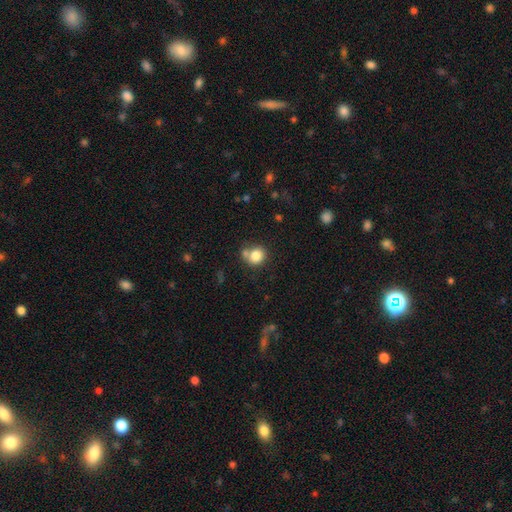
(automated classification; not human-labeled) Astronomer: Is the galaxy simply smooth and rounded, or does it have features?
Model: smooth — 82%.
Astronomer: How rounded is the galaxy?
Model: round — 82%.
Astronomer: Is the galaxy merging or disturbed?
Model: none — 59%.